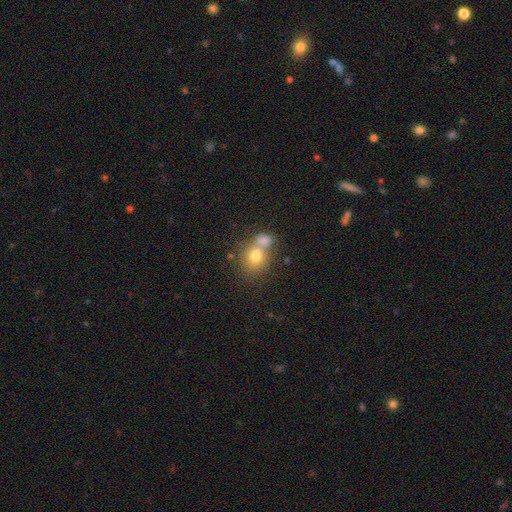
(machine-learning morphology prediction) A smooth galaxy with no disk features (73%) that is round (73%). Merging: merger (51%).